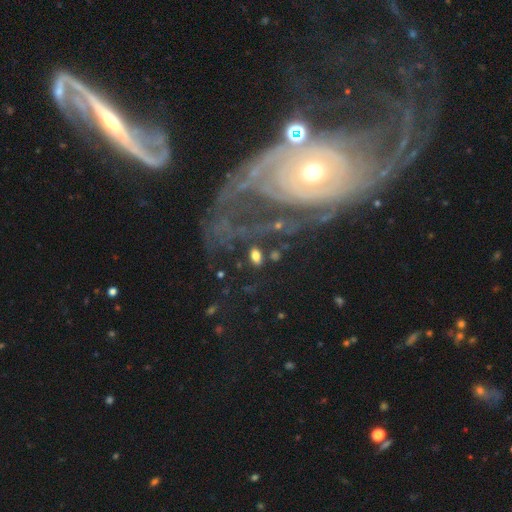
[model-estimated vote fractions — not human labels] This is likely a smooth galaxy (68%). How rounded: clearly in between (83%). Merging: likely none (76%).